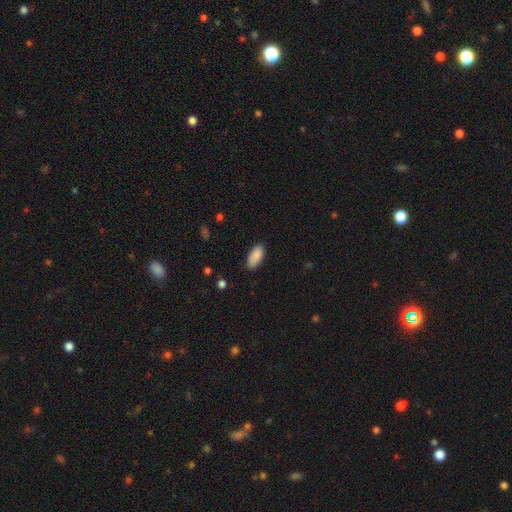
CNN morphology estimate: Overall: smooth (89%). How rounded: in between (91%). Merging: none (84%).